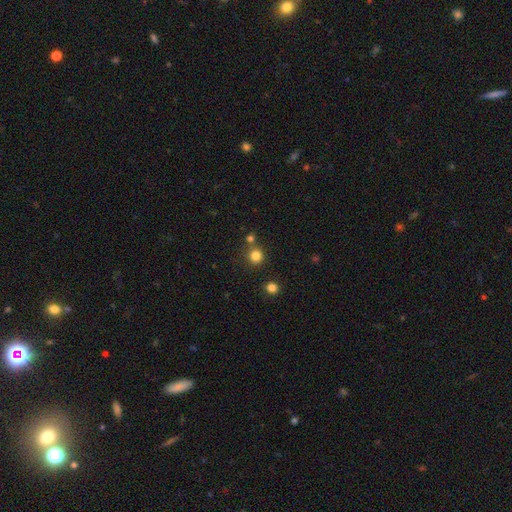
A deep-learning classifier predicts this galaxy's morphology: type=smooth (81%); roundness=round (93%); merging=none (77%).